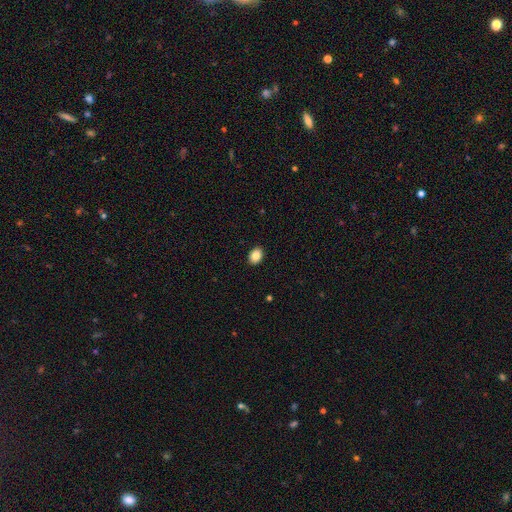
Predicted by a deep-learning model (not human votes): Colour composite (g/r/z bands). It shows a smooth galaxy with no disk features (87%) that is in between round and cigar-shaped (72%). Merging: none (91%).